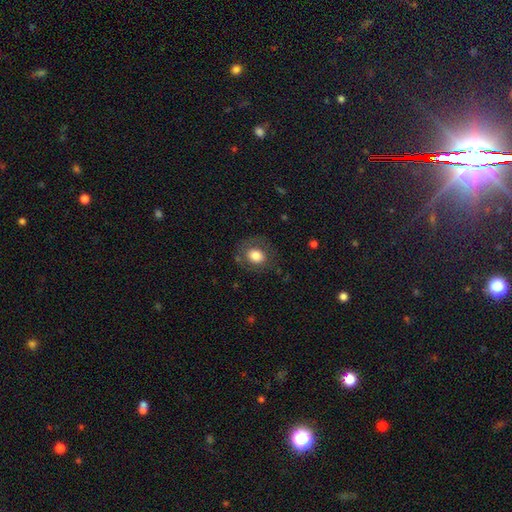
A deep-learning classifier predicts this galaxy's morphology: A smooth galaxy with no disk features (76%) that is round (60%). Merging: none (77%).